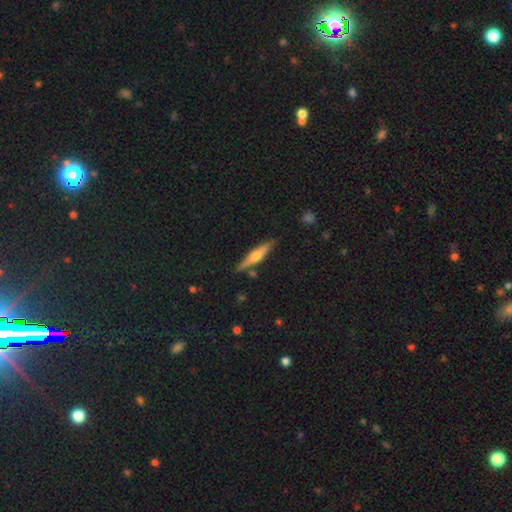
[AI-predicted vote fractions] Smooth or featured? Predicted: featured or disk (p=0.57). Edge-on disk? Predicted: yes (p=0.95). Edge-on bulge? Predicted: rounded (p=0.87). Merging? Predicted: none (p=0.85).